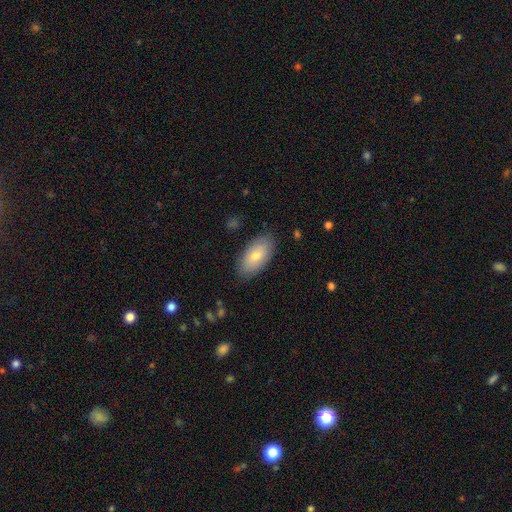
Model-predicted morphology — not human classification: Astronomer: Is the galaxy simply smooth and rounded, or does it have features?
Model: smooth — 75%.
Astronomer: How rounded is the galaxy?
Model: in between — 93%.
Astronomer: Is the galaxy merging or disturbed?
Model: none — 86%.